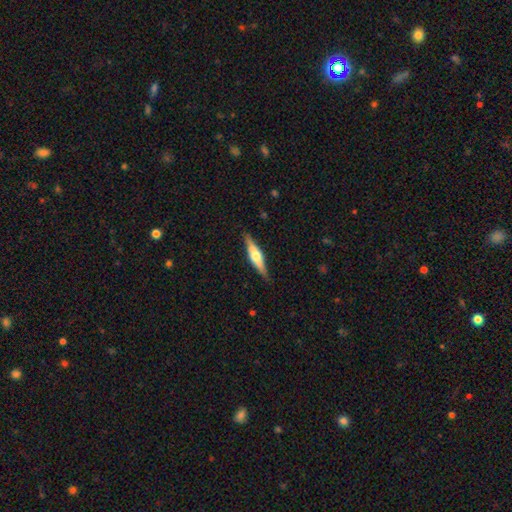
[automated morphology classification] This appears to be a featured or disk galaxy (61%) viewed edge-on (95%) with a rounded central bulge (88%). Merging: none (87%).